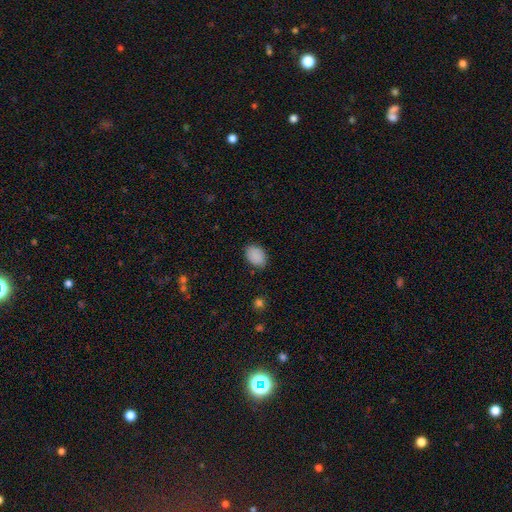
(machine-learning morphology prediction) A smooth galaxy with no disk features (88%) that is in between round and cigar-shaped (80%).

Vote fractions:
- Smooth or featured? smooth: 88% / star or artifact: 8% / featured or disk: 4%
- How rounded? in between: 80% / round: 19% / cigar-shaped: 1%
- Merging? none: 83% / minor disturbance: 13% / major disturbance: 3% / merger: 1%